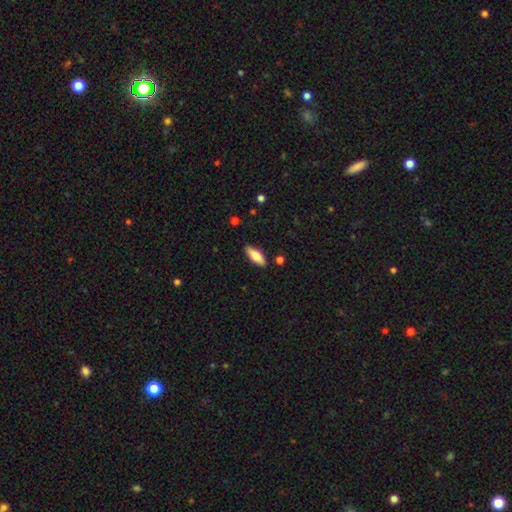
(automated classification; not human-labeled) This is likely a smooth galaxy (72%). How rounded: likely in between (69%). Merging: clearly none (87%).